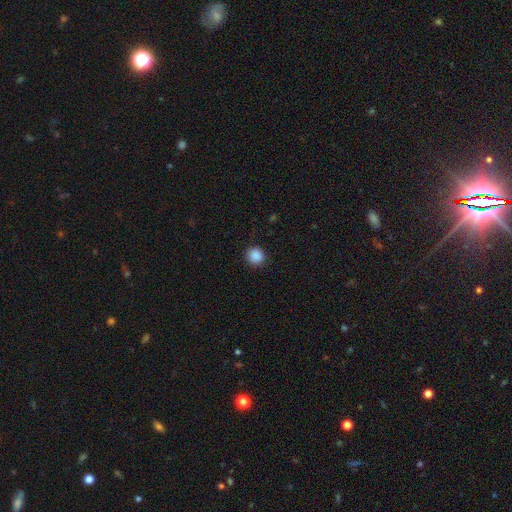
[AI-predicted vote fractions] smooth 88%, star or artifact 9%, featured or disk 2%. Down the decision tree: how rounded — round (91%); merging — none (89%).